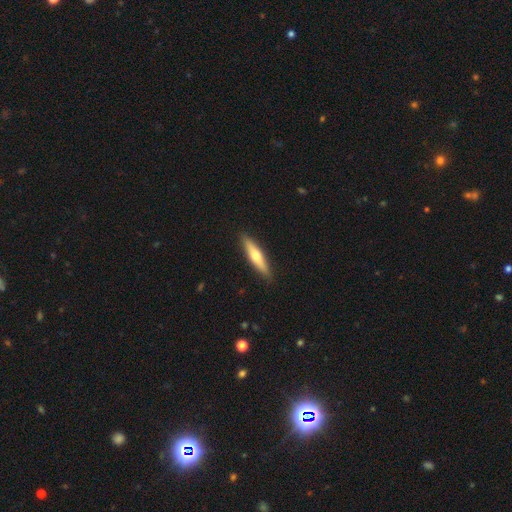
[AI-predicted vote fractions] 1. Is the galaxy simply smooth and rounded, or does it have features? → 49% smooth, 46% featured or disk, 5% star or artifact.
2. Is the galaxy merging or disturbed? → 90% none, 7% minor disturbance, 2% major disturbance, 1% merger.